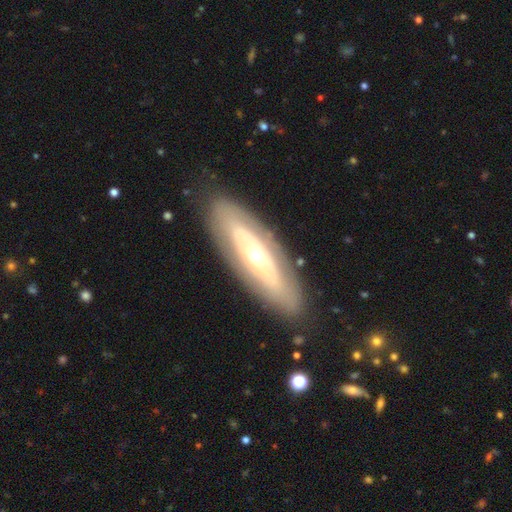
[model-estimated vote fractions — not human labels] The model was most divided on "bulge size": moderate: 48%, small: 46%, large: 4%, dominant: 1%, none: 1%. More confident: bar — no (84%); merging — none (84%); edge-on disk — no (76%); spiral arms — no (69%); smooth or featured — featured or disk (68%).